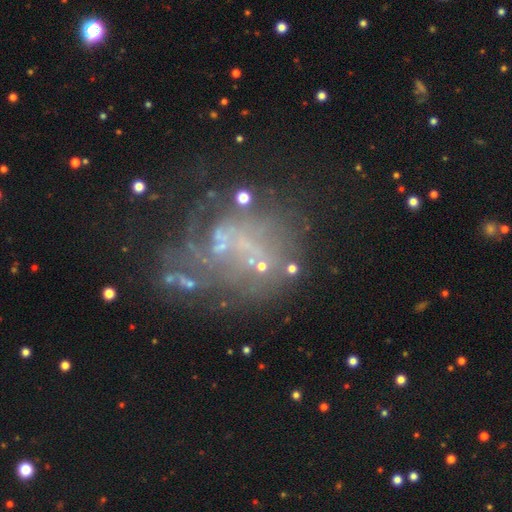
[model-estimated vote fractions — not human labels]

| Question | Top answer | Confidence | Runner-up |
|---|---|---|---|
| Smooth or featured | featured or disk | 57% | star or artifact (24%) |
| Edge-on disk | no | 98% | yes (2%) |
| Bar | no | 79% | weak (15%) |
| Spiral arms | no | 64% | yes (36%) |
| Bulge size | none | 70% | small (20%) |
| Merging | none | 48% | major disturbance (27%) |